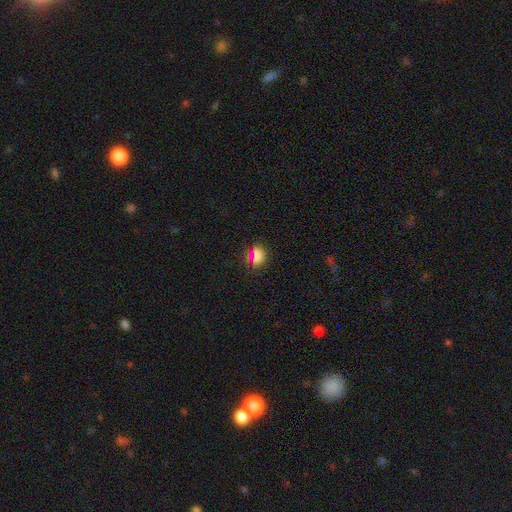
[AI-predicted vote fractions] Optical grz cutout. It shows a smooth galaxy with no disk features (72%) that is round (63%). Merging: none (83%).